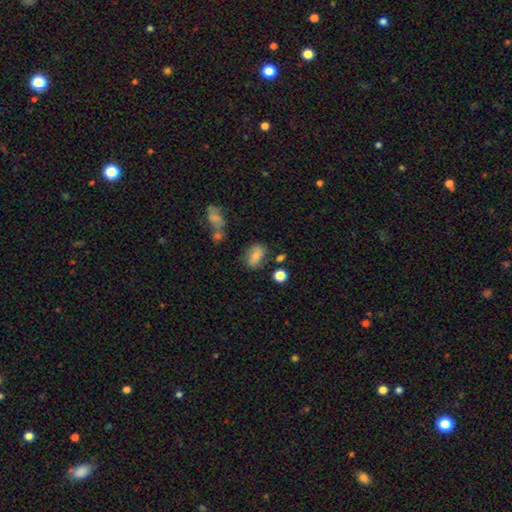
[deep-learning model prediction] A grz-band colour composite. It shows a smooth galaxy with no disk features (76%) that is in between round and cigar-shaped (84%). Merging: none (72%).